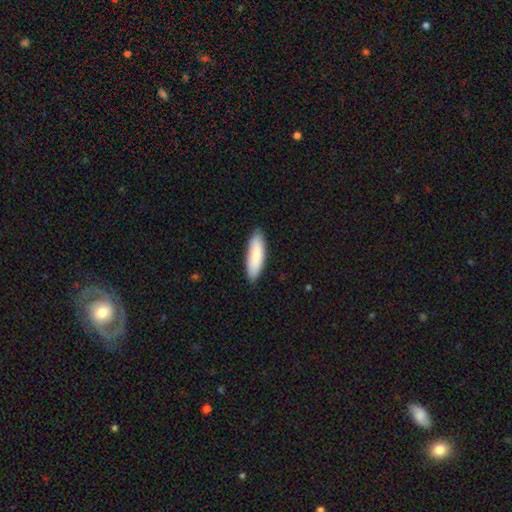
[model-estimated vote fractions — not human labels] smooth_or_featured: smooth (p=0.86) [alt: featured or disk p=0.09]
how_rounded: in between (p=0.49) [tied with: cigar-shaped p=0.49]
merging: none (p=0.86) [alt: minor disturbance p=0.11]